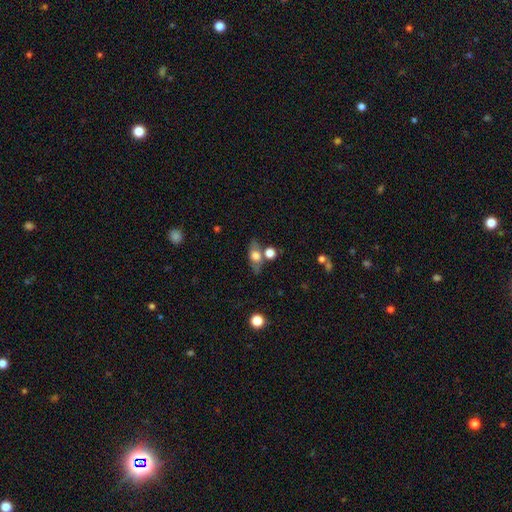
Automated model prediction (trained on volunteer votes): smooth 57%, featured or disk 33%, star or artifact 9%. Down the decision tree: how rounded — in between (66%); merging — none (67%).